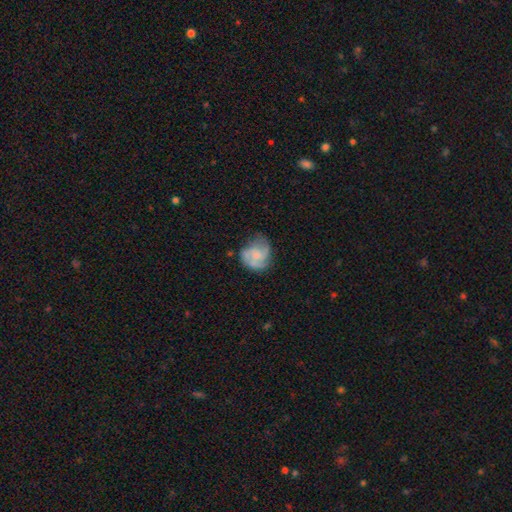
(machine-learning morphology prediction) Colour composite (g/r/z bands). It shows a featured or disk galaxy (58%) with no bar (74%), spiral arms (79%) and no central bulge (41%). Merging: none (53%).